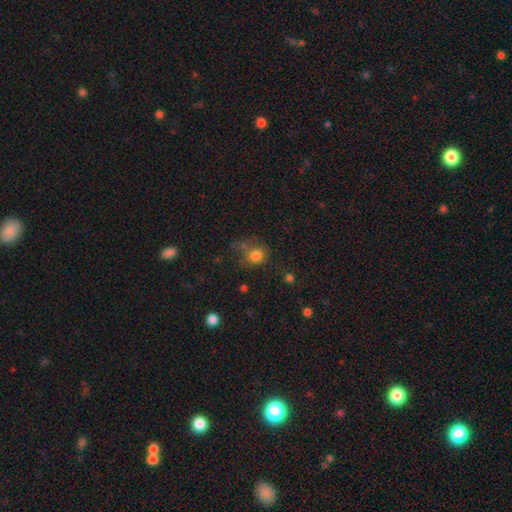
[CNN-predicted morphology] This appears to be a smooth galaxy with no disk features (79%) that is round (76%). Merging: none (55%).